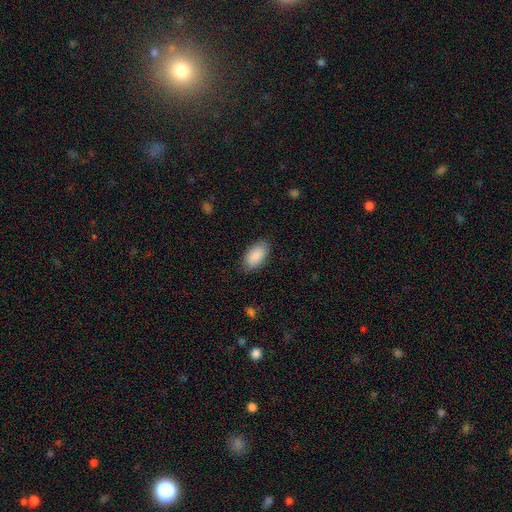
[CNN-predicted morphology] A smooth galaxy with no disk features (89%) that is in between round and cigar-shaped (95%). Merging: none (84%).